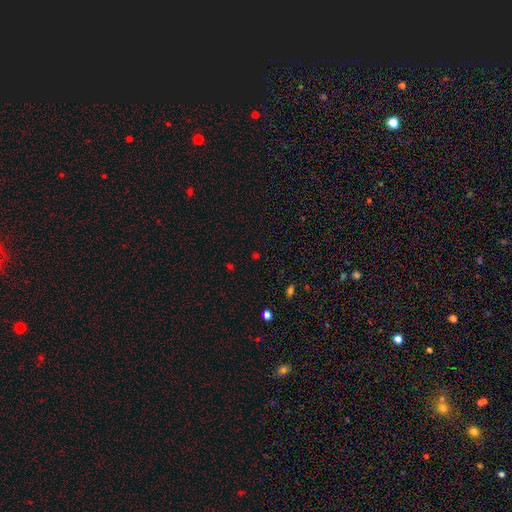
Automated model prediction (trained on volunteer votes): The model was most divided on "smooth or featured": star or artifact: 54%, smooth: 39%, featured or disk: 7%.